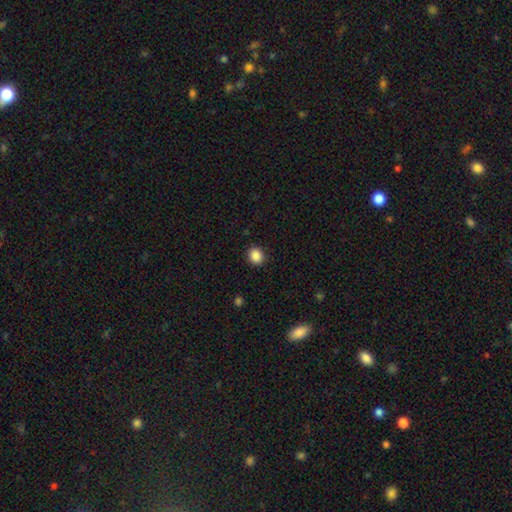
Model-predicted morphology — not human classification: Smooth or featured: smooth — 88% (star or artifact — 10%)
How rounded: round — 74% (in between — 25%)
Merging: none — 90% (minor disturbance — 6%)